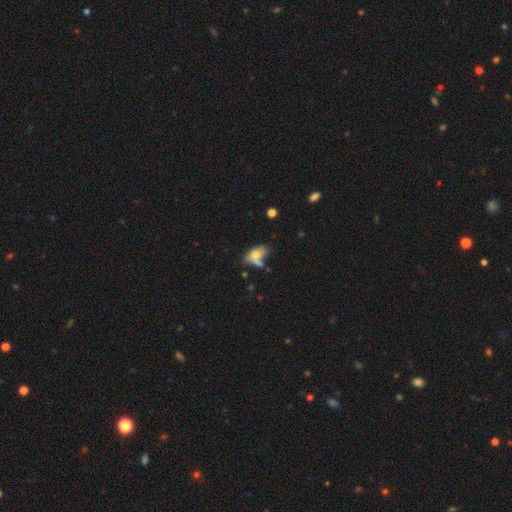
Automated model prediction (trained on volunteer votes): Smooth or featured?
  - smooth: 62% *
  - featured or disk: 28%
  - star or artifact: 10%
How rounded?
  - in between: 86% *
  - round: 9%
  - cigar-shaped: 5%
Merging?
  - none: 33% *
  - merger: 29%
  - minor disturbance: 21%
  - major disturbance: 17%